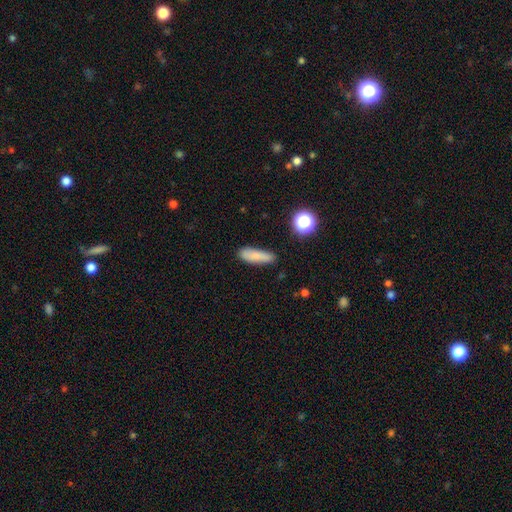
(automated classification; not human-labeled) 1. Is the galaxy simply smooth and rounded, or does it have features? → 79% smooth, 11% featured or disk, 10% star or artifact.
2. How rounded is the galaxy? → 55% cigar-shaped, 41% in between, 4% round.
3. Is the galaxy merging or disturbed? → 77% none, 17% minor disturbance, 4% major disturbance, 3% merger.